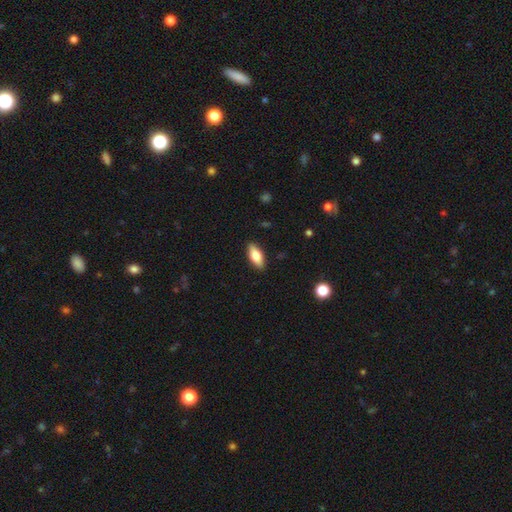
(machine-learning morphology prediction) Q: Smooth or featured?
A: smooth (72%); runner-up: featured or disk (21%)
Q: How rounded?
A: in between (79%); runner-up: cigar-shaped (18%)
Q: Merging?
A: none (88%); runner-up: minor disturbance (9%)